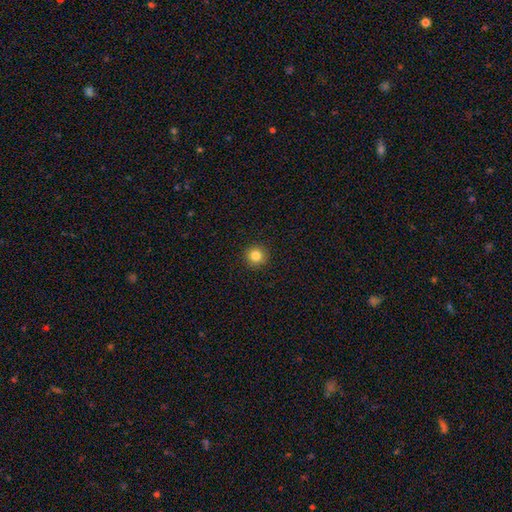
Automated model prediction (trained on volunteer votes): smooth-or-featured: smooth: 83% | star or artifact: 11% | featured or disk: 5%
  how-rounded: round: 95% | in between: 4% | cigar-shaped: 1%
  merging: none: 93% | minor disturbance: 5% | major disturbance: 2% | merger: 1%